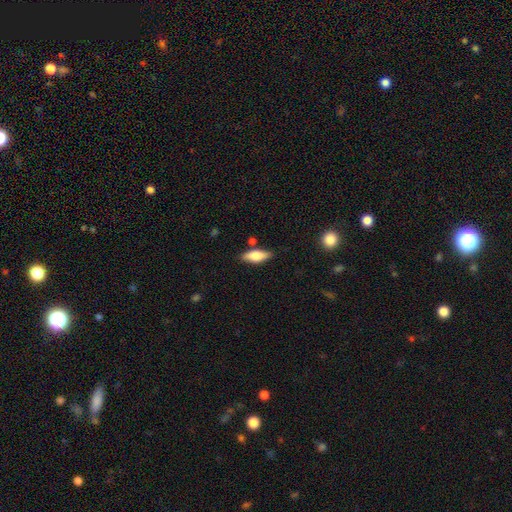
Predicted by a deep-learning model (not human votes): smooth-or-featured: smooth: 70% | featured or disk: 24% | star or artifact: 7%
  how-rounded: in between: 70% | cigar-shaped: 27% | round: 3%
  merging: none: 80% | minor disturbance: 13% | merger: 5% | major disturbance: 3%